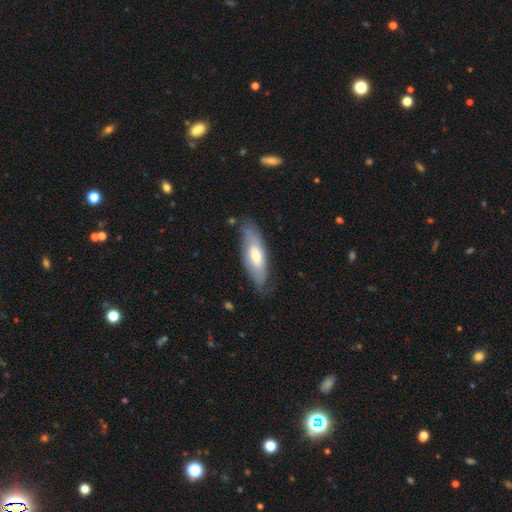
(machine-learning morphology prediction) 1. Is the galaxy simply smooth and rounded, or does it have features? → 57% smooth, 37% featured or disk, 6% star or artifact.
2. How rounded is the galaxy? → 62% in between, 37% cigar-shaped, 2% round.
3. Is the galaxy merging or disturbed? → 70% none, 22% minor disturbance, 6% major disturbance, 2% merger.